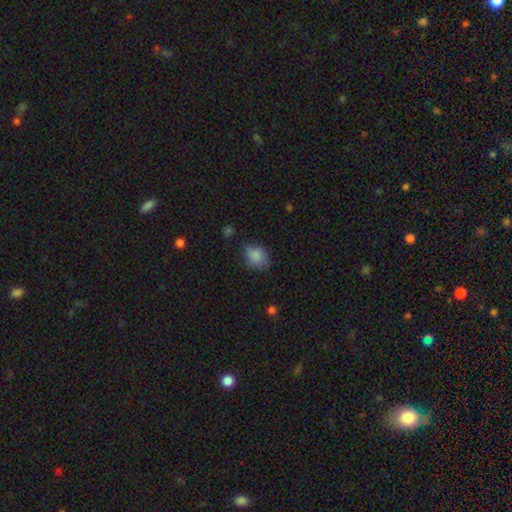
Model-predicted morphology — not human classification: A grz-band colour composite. It shows a smooth galaxy with no disk features (85%) that is in between round and cigar-shaped (64%). Merging: none (67%).